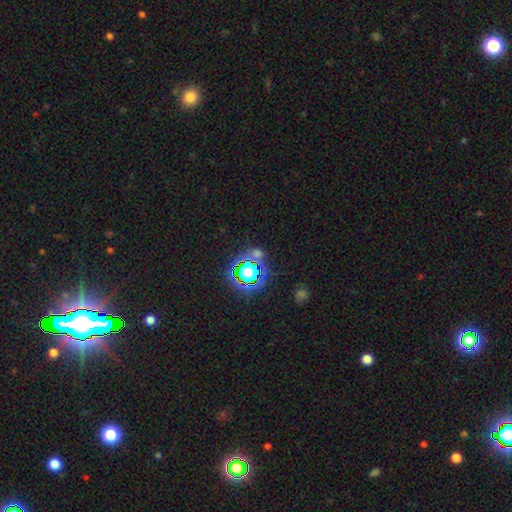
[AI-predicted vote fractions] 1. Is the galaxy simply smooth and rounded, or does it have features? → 72% star or artifact, 19% smooth, 9% featured or disk.